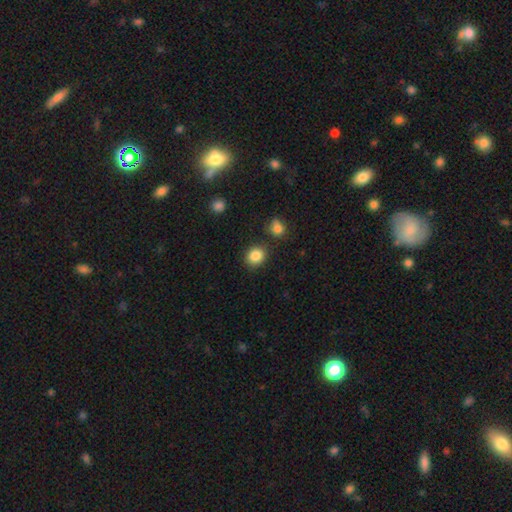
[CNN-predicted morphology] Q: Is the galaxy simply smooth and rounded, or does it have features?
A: smooth — 86%.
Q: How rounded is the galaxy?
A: round — 75%.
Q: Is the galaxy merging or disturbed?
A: none — 83%.